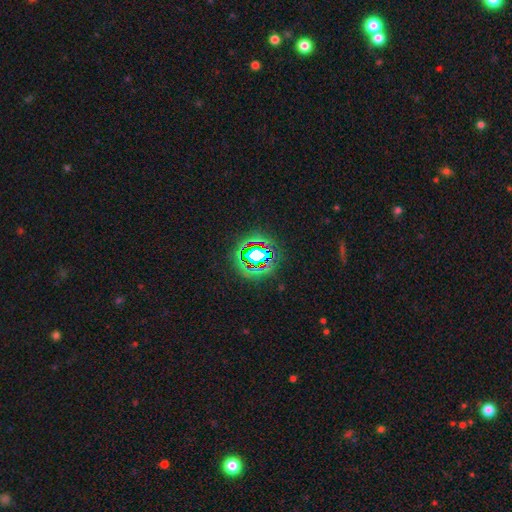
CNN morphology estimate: This appears to be a star or artifact, not a galaxy (64%).